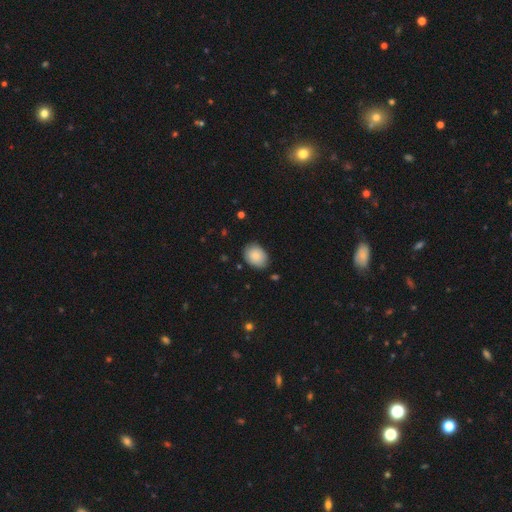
A smooth galaxy with no disk features (100%) that is in between round and cigar-shaped (72%).

Vote fractions:
- Smooth or featured? smooth: 100% / featured or disk: 0% / star or artifact: 0%
- How rounded? in between: 72% / round: 26% / cigar-shaped: 3%
- Merging? none: 82% / minor disturbance: 18% / major disturbance: 0% / merger: 0%